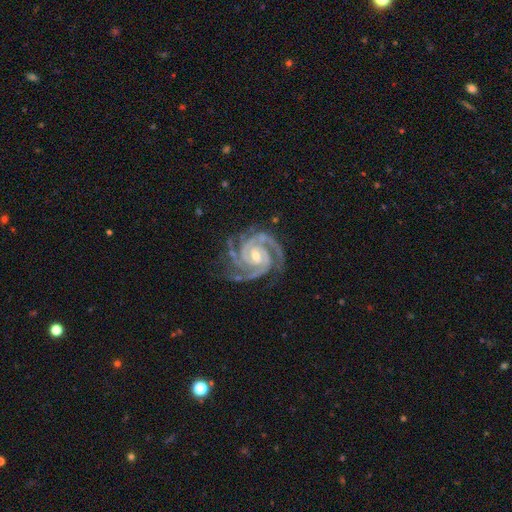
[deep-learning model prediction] Overall: featured or disk (95%). Edge-on disk: no (98%). Bar: no (50%; weak 32%). Spiral arms: yes (99%). Spiral arm count: 3 (47%; 2 27%). Spiral winding: tight (75%). Bulge size: small (52%; moderate 45%). Merging: none (75%).